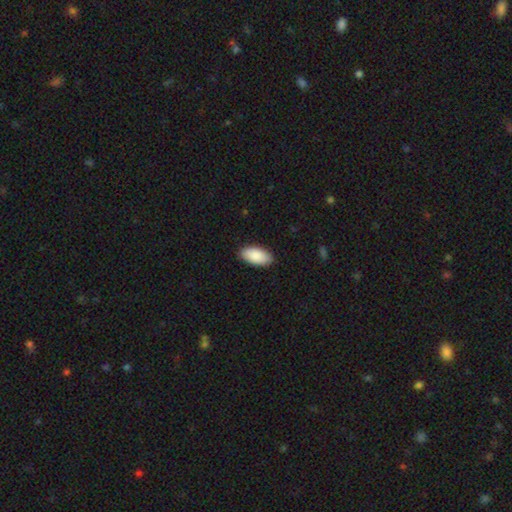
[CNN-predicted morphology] smooth 90%, star or artifact 5%, featured or disk 5%. Down the decision tree: how rounded — in between (94%); merging — none (89%).